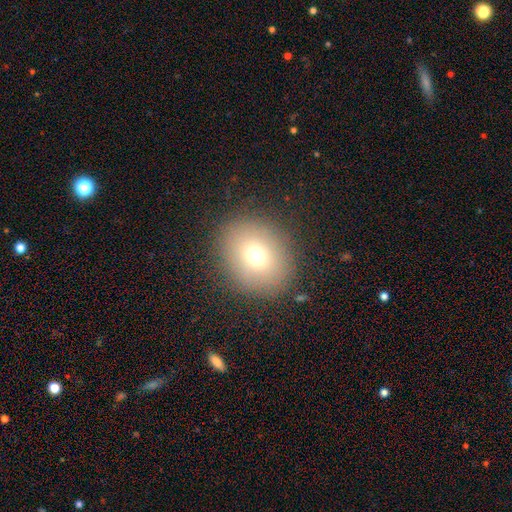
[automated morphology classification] smooth_or_featured: smooth (p=0.72) [alt: star or artifact p=0.15]
how_rounded: round (p=0.66) [alt: in between p=0.33]
merging: none (p=0.87) [alt: minor disturbance p=0.08]